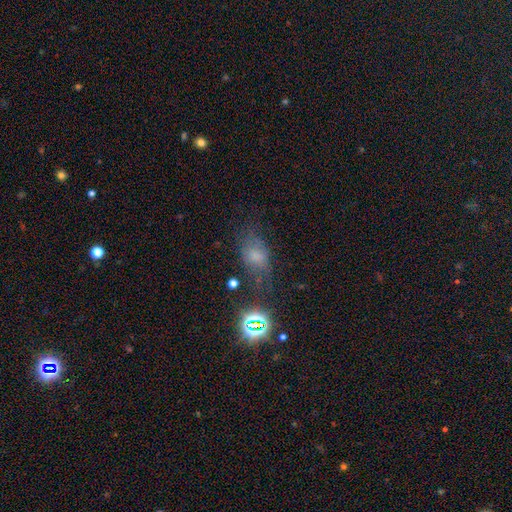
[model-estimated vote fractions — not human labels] The model was most divided on "merging": none: 53%, minor disturbance: 25%, major disturbance: 17%, merger: 5%. More confident: how rounded — in between (79%); smooth or featured — smooth (58%).